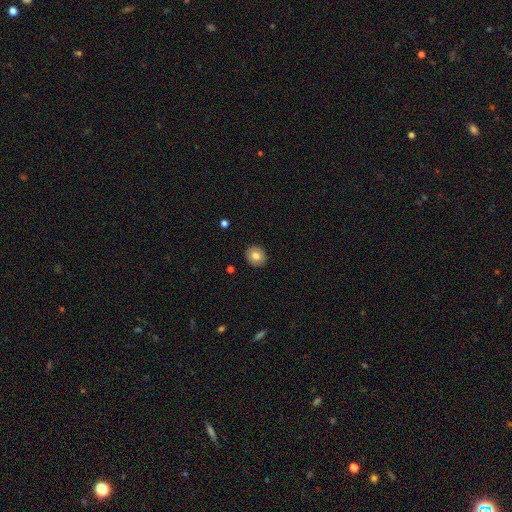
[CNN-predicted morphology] type=smooth (78%); roundness=round (81%); merging=none (91%).